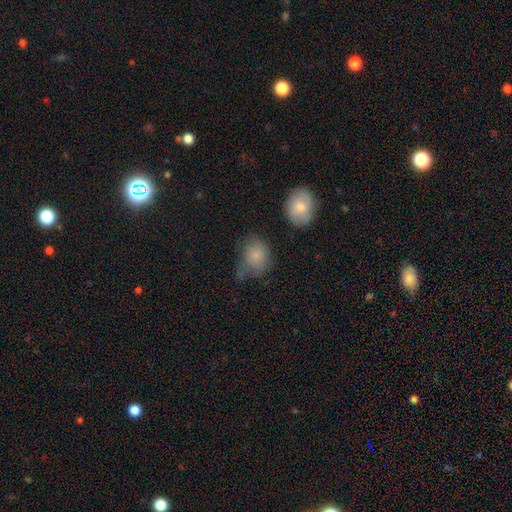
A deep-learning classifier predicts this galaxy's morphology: smooth 82%, featured or disk 10%, star or artifact 9%. Down the decision tree: how rounded — round (51%); merging — none (49%).